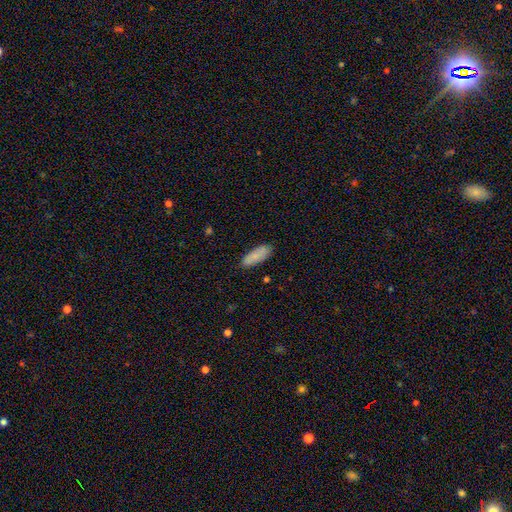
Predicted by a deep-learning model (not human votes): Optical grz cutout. It shows a smooth galaxy with no disk features (81%) that is in between round and cigar-shaped (70%). Merging: none (85%).